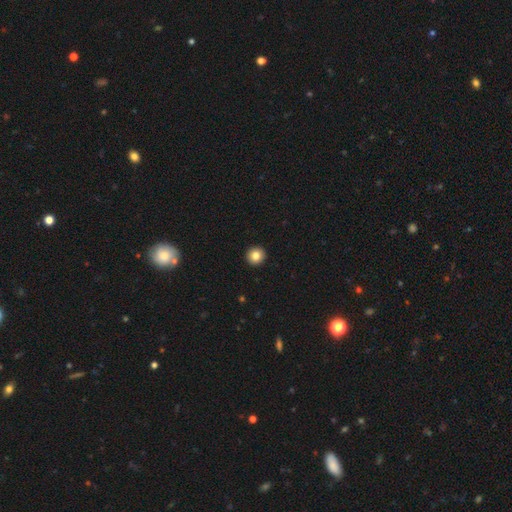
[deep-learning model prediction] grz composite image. It shows a smooth galaxy with no disk features (83%) that is round (94%). Merging: none (94%).